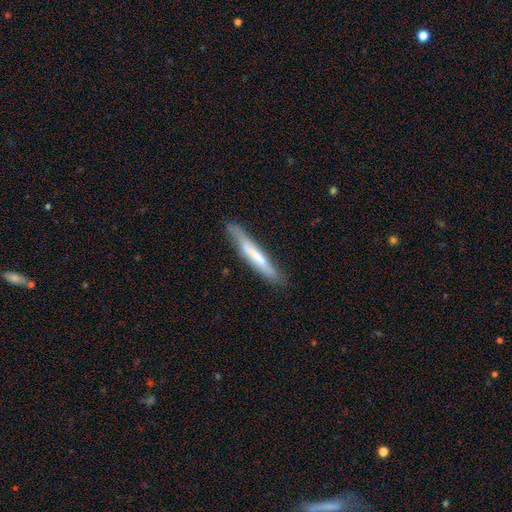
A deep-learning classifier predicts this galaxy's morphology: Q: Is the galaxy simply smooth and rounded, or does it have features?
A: smooth — 53%.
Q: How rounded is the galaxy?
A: cigar-shaped — 94%.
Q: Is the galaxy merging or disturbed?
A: none — 77%.